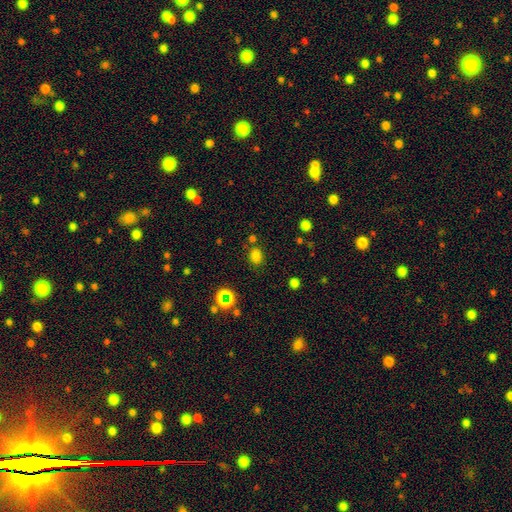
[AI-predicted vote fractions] smooth-or-featured: smooth: 74% | star or artifact: 21% | featured or disk: 5%
  how-rounded: in between: 62% | round: 36% | cigar-shaped: 1%
  merging: none: 76% | minor disturbance: 12% | merger: 8% | major disturbance: 4%